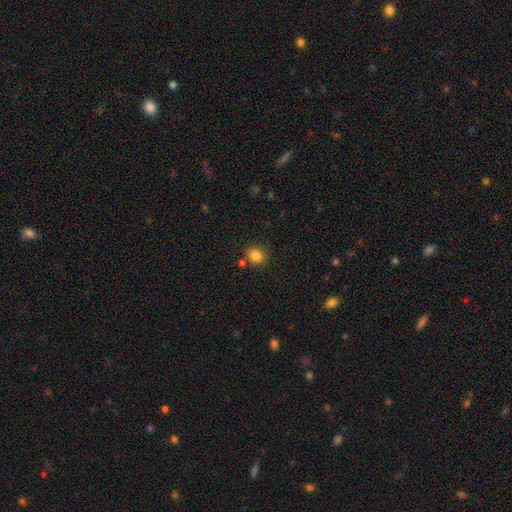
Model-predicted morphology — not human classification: type=smooth (84%); roundness=round (79%); merging=none (76%).